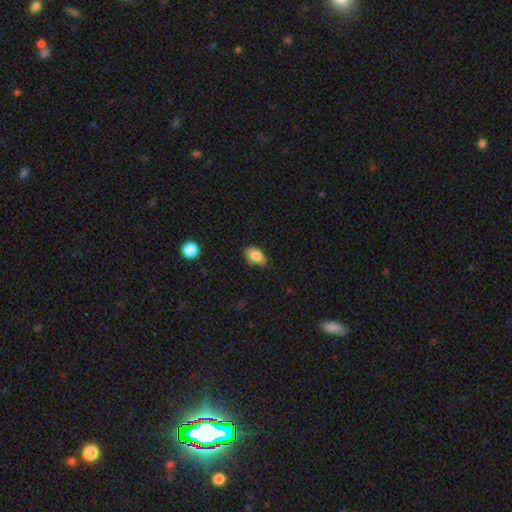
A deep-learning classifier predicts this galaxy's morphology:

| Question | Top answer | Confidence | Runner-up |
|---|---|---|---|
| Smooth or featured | smooth | 83% | star or artifact (8%) |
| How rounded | in between | 89% | round (8%) |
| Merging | none | 68% | minor disturbance (27%) |